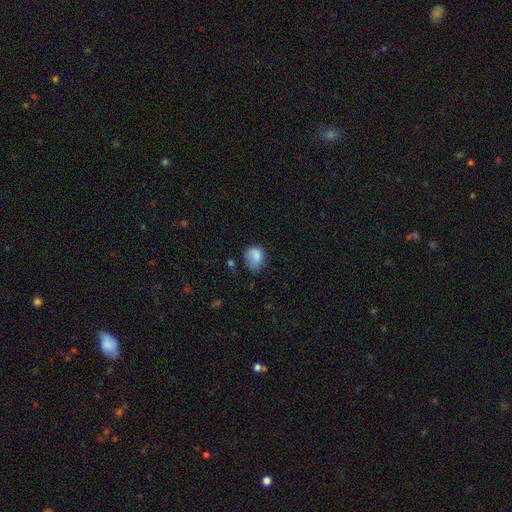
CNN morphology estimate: Overall: smooth (81%). How rounded: in between (61%; round 38%). Merging: none (40%; minor disturbance 38%).